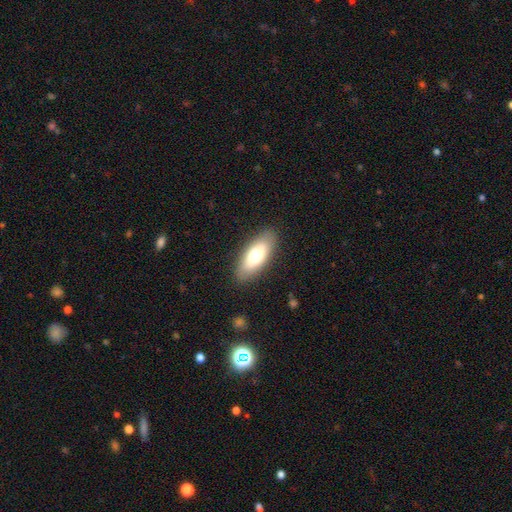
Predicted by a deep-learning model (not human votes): A smooth galaxy with no disk features (72%) that is in between round and cigar-shaped (79%). Merging: none (88%).